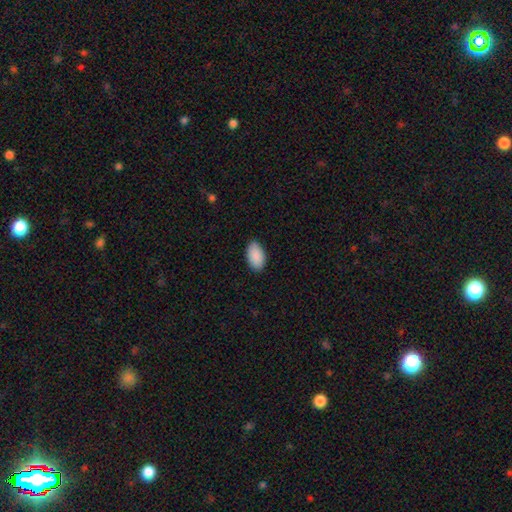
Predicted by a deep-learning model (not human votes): smooth 91%, star or artifact 6%, featured or disk 3%. Down the decision tree: how rounded — in between (95%); merging — none (86%).